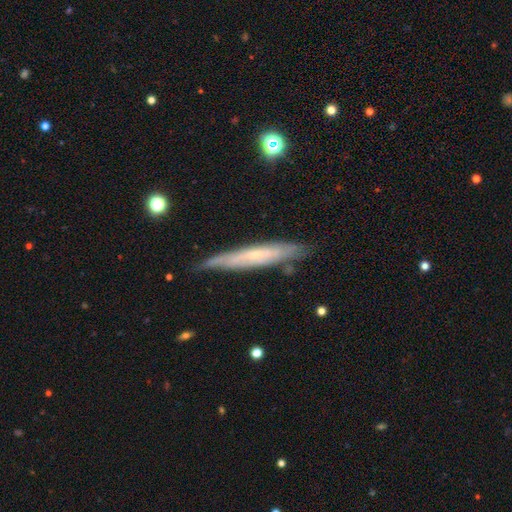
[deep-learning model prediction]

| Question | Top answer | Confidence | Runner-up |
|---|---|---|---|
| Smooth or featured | featured or disk | 63% | smooth (31%) |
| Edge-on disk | yes | 76% | no (24%) |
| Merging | none | 79% | minor disturbance (16%) |